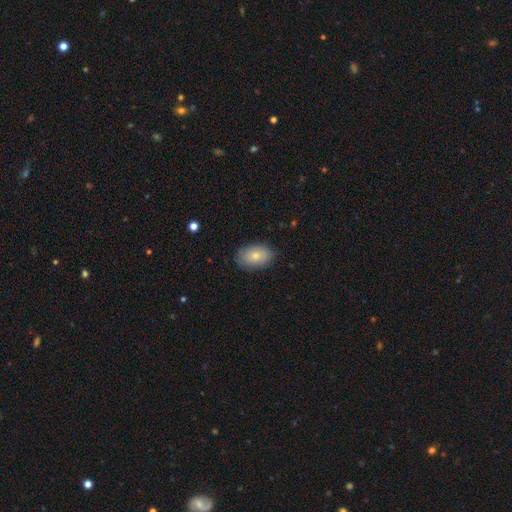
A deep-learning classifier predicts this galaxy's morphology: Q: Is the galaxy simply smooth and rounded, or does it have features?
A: smooth — 80%.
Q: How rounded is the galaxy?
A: in between — 89%.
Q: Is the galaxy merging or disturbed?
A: none — 85%.